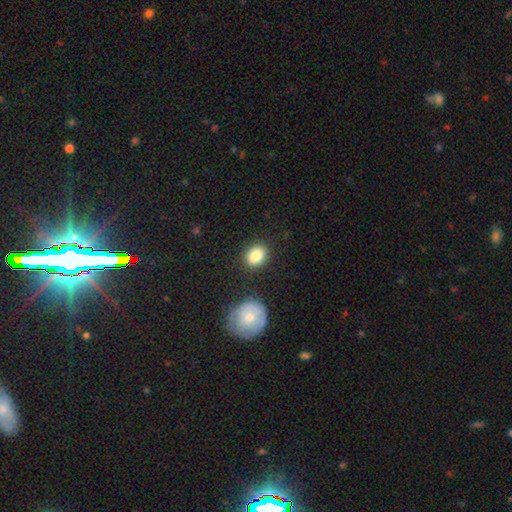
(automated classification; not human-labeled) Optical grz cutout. It shows a smooth galaxy with no disk features (86%) that is in between round and cigar-shaped (50%). Merging: none (83%).